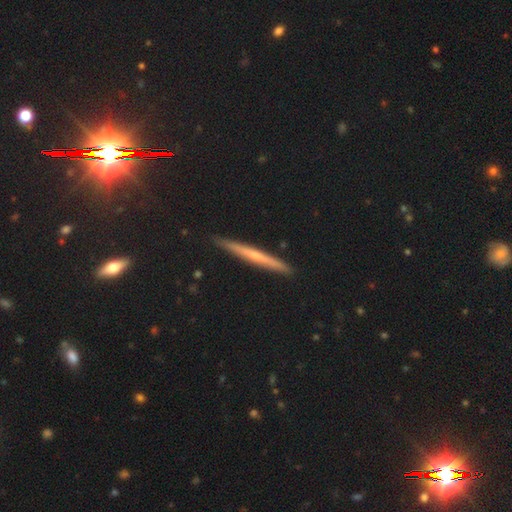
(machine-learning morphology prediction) Q: Smooth or featured?
A: featured or disk (54%); runner-up: smooth (38%)
Q: Edge-on disk?
A: yes (97%); runner-up: no (3%)
Q: Edge-on bulge?
A: none (62%); runner-up: rounded (33%)
Q: Merging?
A: none (91%); runner-up: minor disturbance (7%)